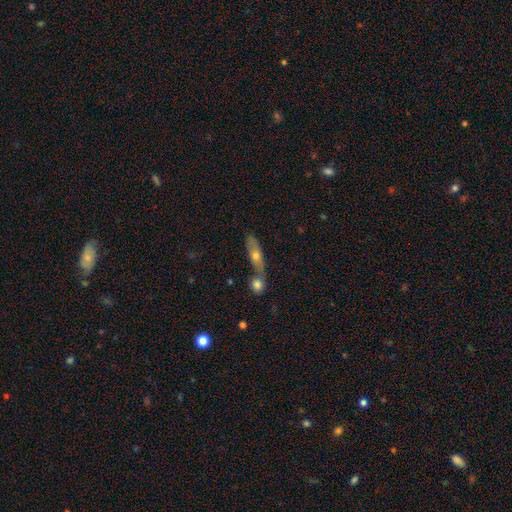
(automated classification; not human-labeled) Q: Smooth or featured?
A: featured or disk (49%); runner-up: smooth (40%)
Q: Merging?
A: none (49%); runner-up: merger (34%)